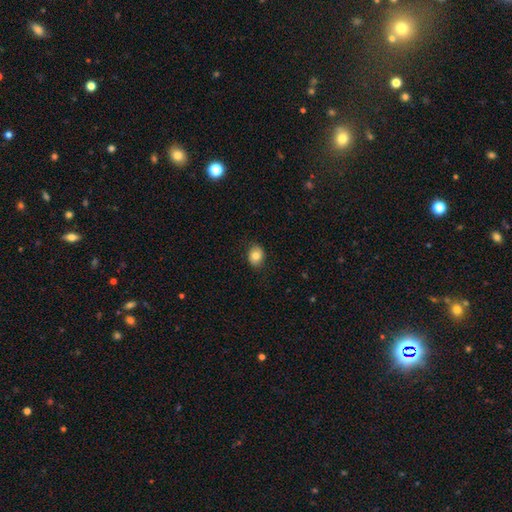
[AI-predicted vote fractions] The model was most divided on "how rounded": in between: 57%, round: 42%, cigar-shaped: 1%. More confident: merging — none (83%); smooth or featured — smooth (80%).